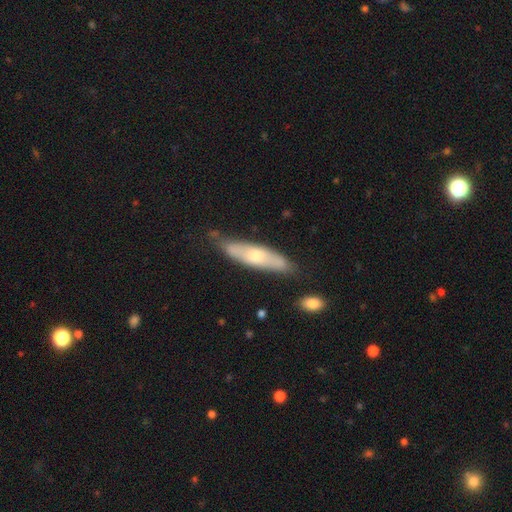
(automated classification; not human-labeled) smooth_or_featured: smooth (p=0.50) [alt: featured or disk p=0.44]
merging: none (p=0.70) [alt: minor disturbance p=0.21]